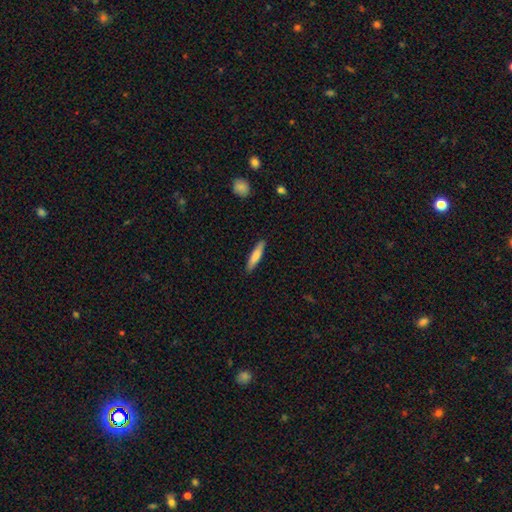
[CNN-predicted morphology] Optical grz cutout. It shows a smooth galaxy with no disk features (76%) that is cigar-shaped (85%). Merging: none (90%).